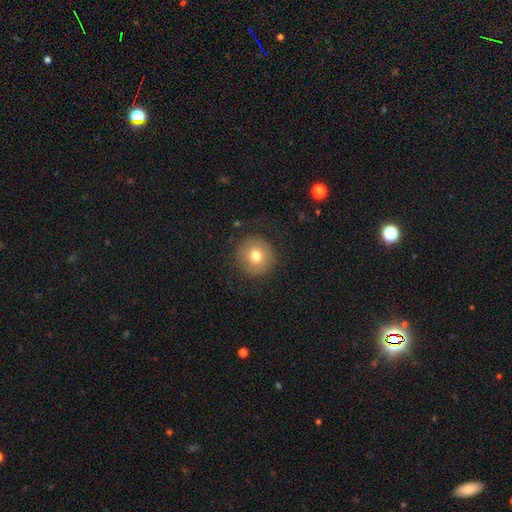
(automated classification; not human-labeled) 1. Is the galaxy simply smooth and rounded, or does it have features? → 73% smooth, 17% featured or disk, 10% star or artifact.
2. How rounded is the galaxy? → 92% round, 7% in between, 1% cigar-shaped.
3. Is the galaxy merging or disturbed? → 84% none, 10% minor disturbance, 5% major disturbance, 1% merger.